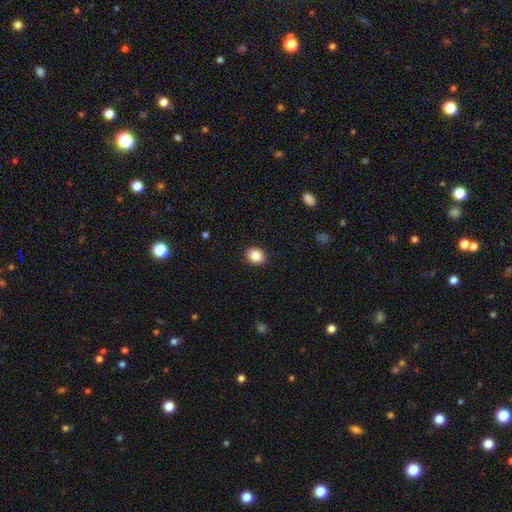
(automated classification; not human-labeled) Smooth or featured? smooth (87%)
How rounded? round (65%)
Merging? none (91%)